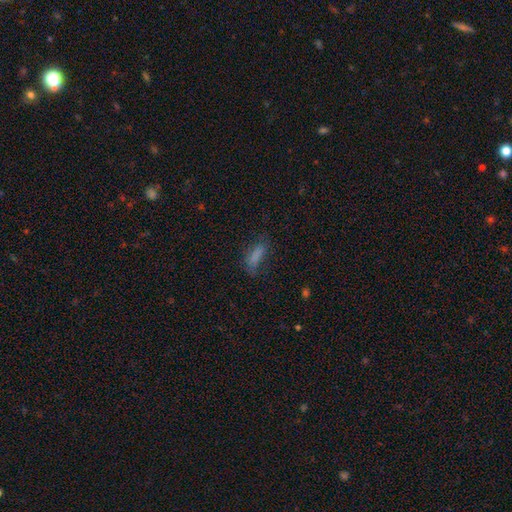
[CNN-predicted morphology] Q: Smooth or featured?
A: smooth (76%); runner-up: star or artifact (13%)
Q: How rounded?
A: in between (57%); runner-up: cigar-shaped (40%)
Q: Merging?
A: none (56%); runner-up: minor disturbance (26%)